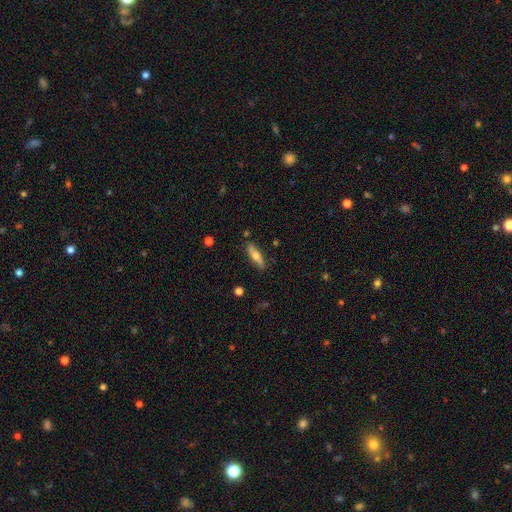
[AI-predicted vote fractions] The model was most divided on "smooth or featured": smooth: 55%, featured or disk: 39%, star or artifact: 6%. More confident: merging — none (85%); how rounded — cigar-shaped (67%).